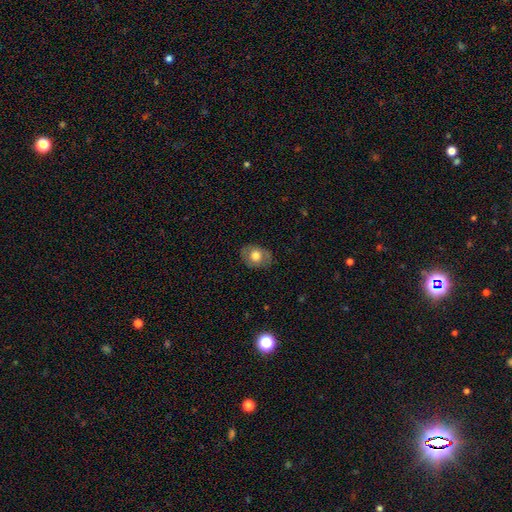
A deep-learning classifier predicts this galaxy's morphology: Smooth or featured?
  - smooth: 63% *
  - featured or disk: 29%
  - star or artifact: 8%
How rounded?
  - in between: 65% *
  - round: 34%
  - cigar-shaped: 1%
Merging?
  - none: 81% *
  - minor disturbance: 14%
  - major disturbance: 4%
  - merger: 1%